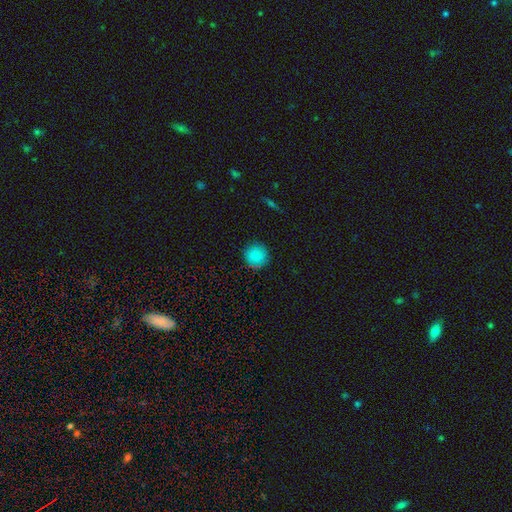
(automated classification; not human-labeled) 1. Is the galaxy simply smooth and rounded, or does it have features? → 86% smooth, 9% star or artifact, 5% featured or disk.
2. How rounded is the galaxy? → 93% round, 6% in between, 1% cigar-shaped.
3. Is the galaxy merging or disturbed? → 86% none, 10% minor disturbance, 3% major disturbance, 1% merger.